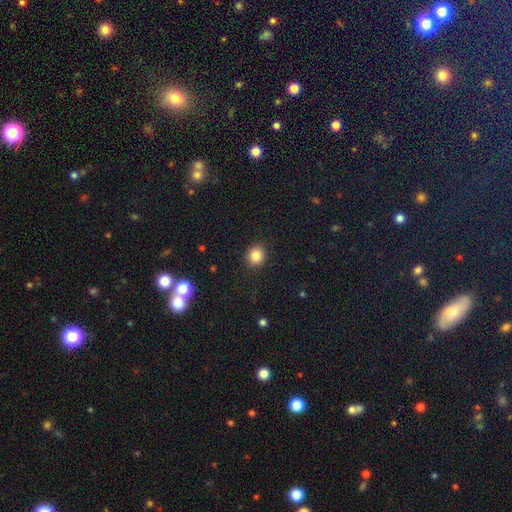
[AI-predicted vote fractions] A smooth galaxy with no disk features (83%) that is round (78%). Merging: none (91%).